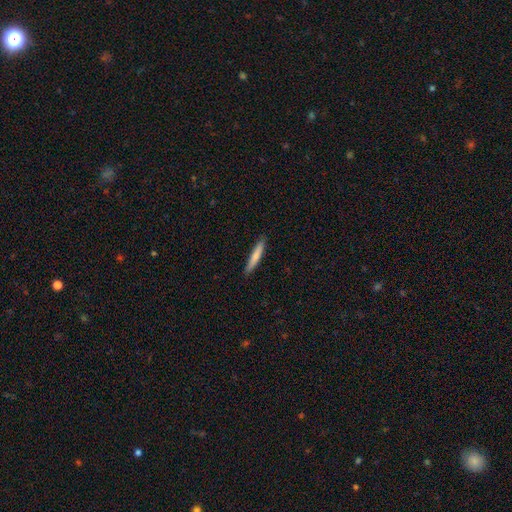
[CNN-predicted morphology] type=smooth (75%); roundness=cigar-shaped (94%); merging=none (90%).